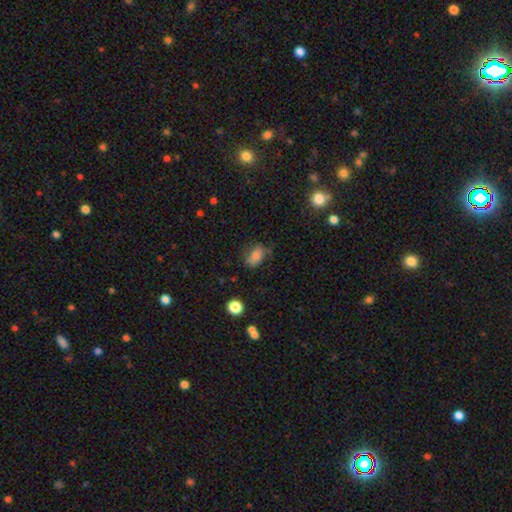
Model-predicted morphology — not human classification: Smooth or featured?
  - smooth: 74% *
  - featured or disk: 15%
  - star or artifact: 11%
How rounded?
  - in between: 85% *
  - round: 13%
  - cigar-shaped: 2%
Merging?
  - none: 59% *
  - minor disturbance: 26%
  - major disturbance: 11%
  - merger: 3%